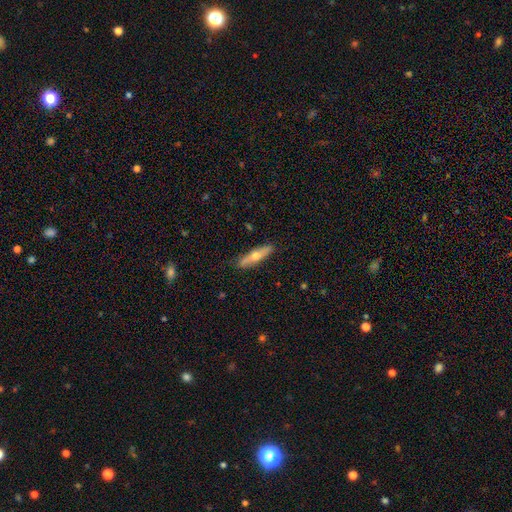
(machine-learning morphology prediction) smooth-or-featured: smooth: 50% | featured or disk: 45% | star or artifact: 6%
  merging: none: 85% | minor disturbance: 11% | major disturbance: 2% | merger: 1%